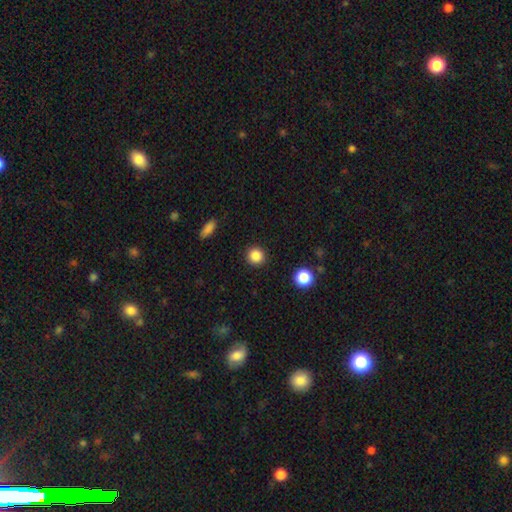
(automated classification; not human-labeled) smooth-or-featured: smooth: 85% | star or artifact: 11% | featured or disk: 3%
  how-rounded: round: 93% | in between: 6% | cigar-shaped: 1%
  merging: none: 92% | minor disturbance: 5% | major disturbance: 2% | merger: 1%